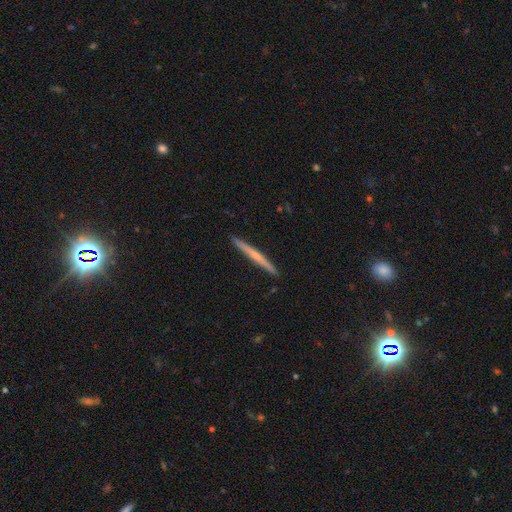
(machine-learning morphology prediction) type=featured or disk (54%); edge-on=yes (98%); edge-on bulge=none (58%); merging=none (93%).